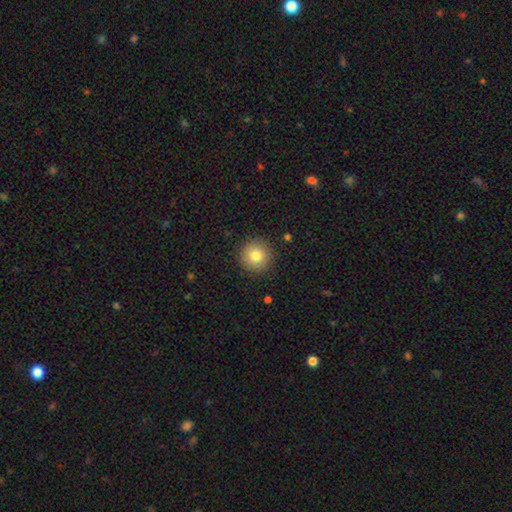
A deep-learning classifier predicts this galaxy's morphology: Overall: smooth (80%). How rounded: round (95%). Merging: none (91%).